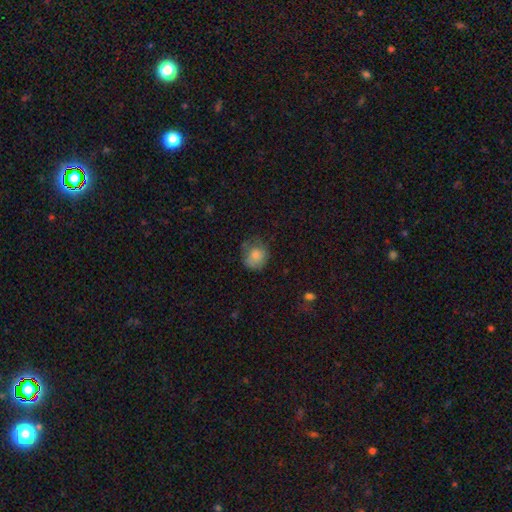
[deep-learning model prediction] This is likely a smooth galaxy (79%). How rounded: likely round (77%). Merging: possibly none (57%).